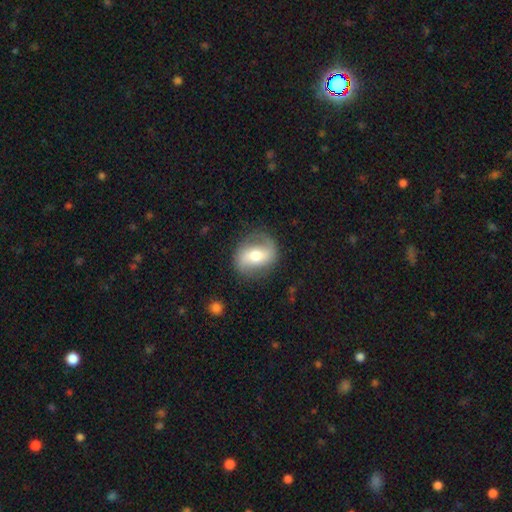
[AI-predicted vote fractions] smooth_or_featured: featured or disk (p=0.65) [alt: smooth p=0.29]
disk_edge_on: no (p=0.94) [alt: yes p=0.06]
bar: weak (p=0.37) [alt: strong p=0.33]
has_spiral_arms: yes (p=0.80) [alt: no p=0.20]
bulge_size: moderate (p=0.68) [alt: small p=0.16]
merging: none (p=0.79) [alt: minor disturbance p=0.14]